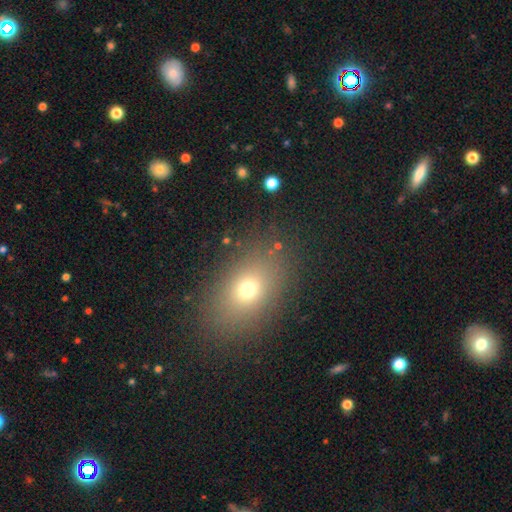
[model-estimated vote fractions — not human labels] smooth-or-featured: smooth: 69% | star or artifact: 19% | featured or disk: 12%
  how-rounded: in between: 71% | round: 27% | cigar-shaped: 2%
  merging: none: 87% | minor disturbance: 8% | major disturbance: 4% | merger: 2%